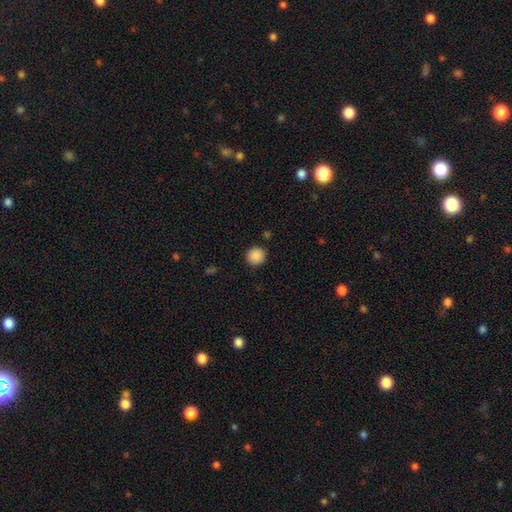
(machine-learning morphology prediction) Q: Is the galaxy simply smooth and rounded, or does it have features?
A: smooth — 88%.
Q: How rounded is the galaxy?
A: round — 91%.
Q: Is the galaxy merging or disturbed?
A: none — 89%.